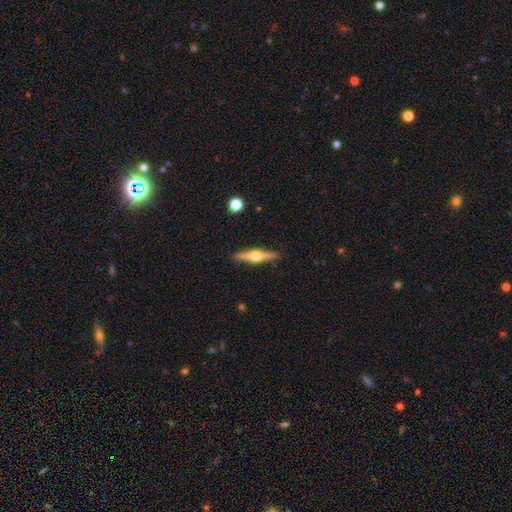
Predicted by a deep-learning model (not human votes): smooth_or_featured: featured or disk (p=0.76) [alt: smooth p=0.19]
disk_edge_on: yes (p=0.98) [alt: no p=0.02]
edge_on_bulge: rounded (p=0.96) [alt: boxy p=0.03]
merging: none (p=0.91) [alt: minor disturbance p=0.06]